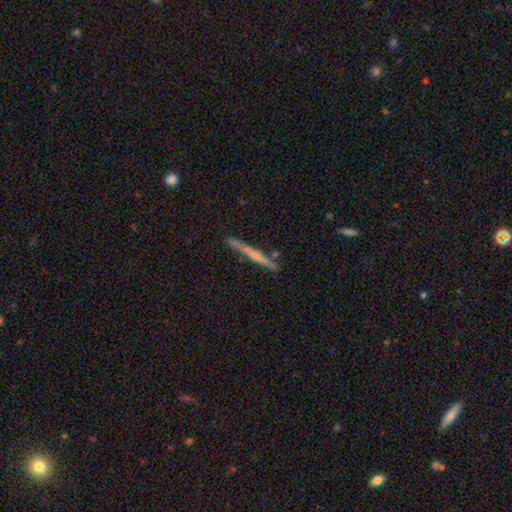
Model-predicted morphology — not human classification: smooth_or_featured: featured or disk (p=0.57) [alt: smooth p=0.37]
disk_edge_on: yes (p=0.97) [alt: no p=0.03]
edge_on_bulge: none (p=0.49) [alt: rounded p=0.45]
merging: none (p=0.84) [alt: minor disturbance p=0.11]